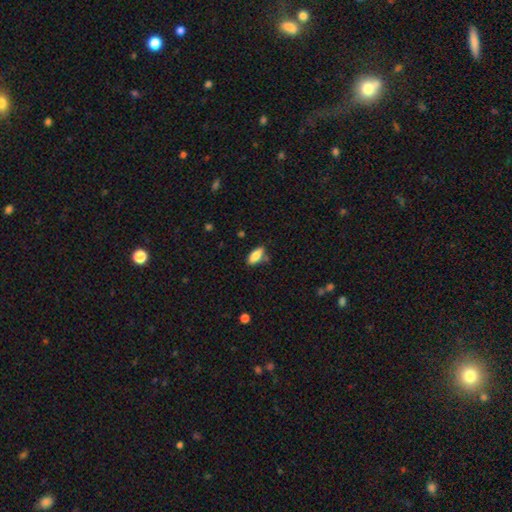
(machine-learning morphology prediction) Overall: smooth (82%). How rounded: in between (83%). Merging: none (72%).